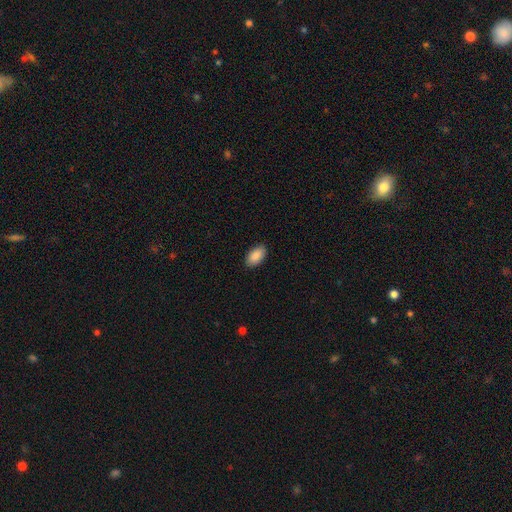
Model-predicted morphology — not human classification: A smooth galaxy with no disk features (91%) that is in between round and cigar-shaped (95%). Merging: none (89%).